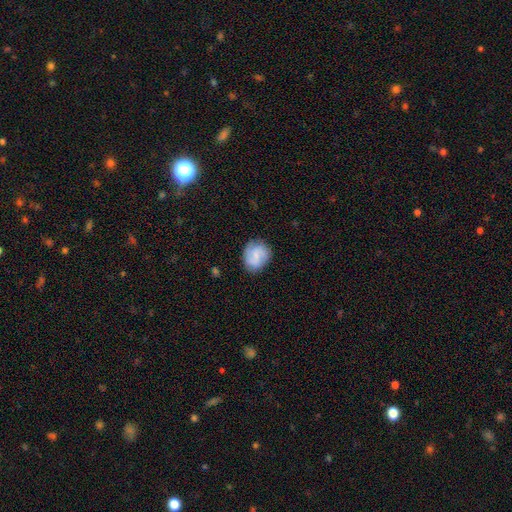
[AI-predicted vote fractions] Overall: smooth (48%; featured or disk 44%). Merging: none (77%).